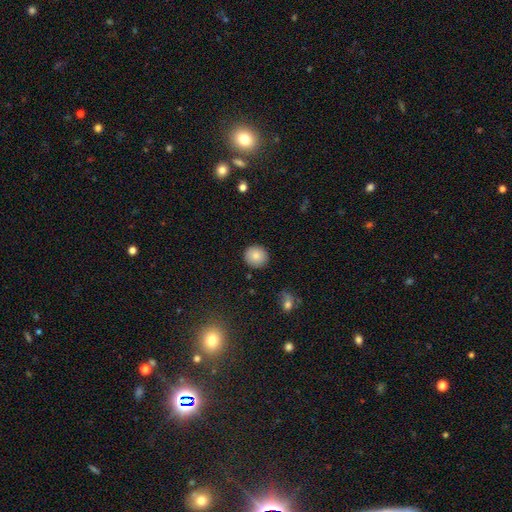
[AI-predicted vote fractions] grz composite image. It shows a smooth galaxy with no disk features (83%) that is round (90%). Merging: none (90%).